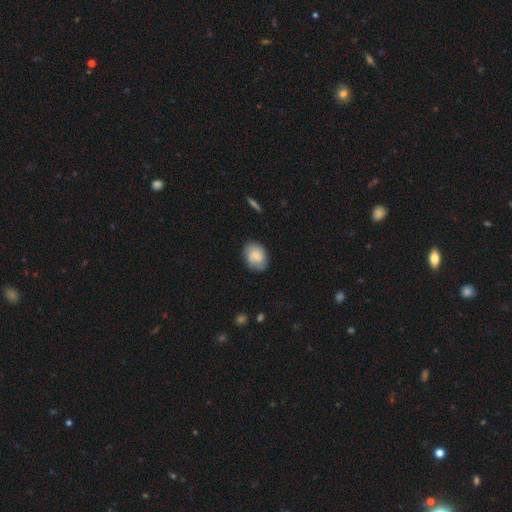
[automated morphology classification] A smooth galaxy with no disk features (77%) that is in between round and cigar-shaped (68%). Merging: none (74%).